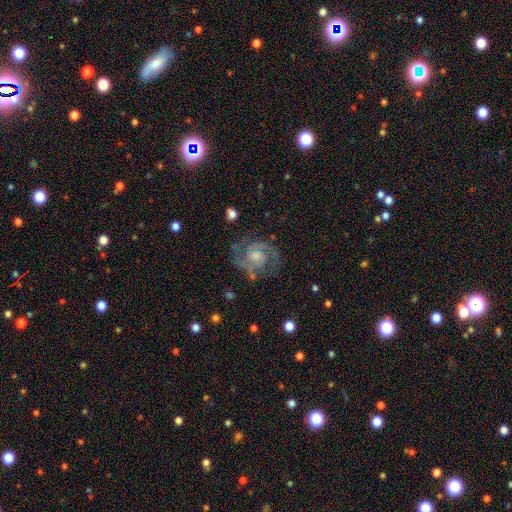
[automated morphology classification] Smooth or featured? Predicted: featured or disk (p=0.85). Edge-on disk? Predicted: no (p=0.98). Bar? Predicted: no (p=0.53). Spiral arms? Predicted: yes (p=0.96). Spiral winding? Predicted: tight (p=0.47). Spiral arm count? Predicted: 2 (p=0.71). Bulge size? Predicted: moderate (p=0.48). Merging? Predicted: none (p=0.76).